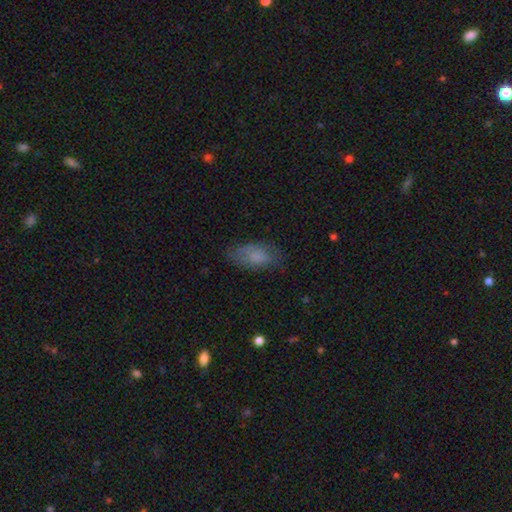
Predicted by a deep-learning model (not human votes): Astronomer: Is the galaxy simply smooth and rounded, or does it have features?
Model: smooth — 71%.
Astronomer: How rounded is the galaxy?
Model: in between — 90%.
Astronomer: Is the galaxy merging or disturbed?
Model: none — 65%.